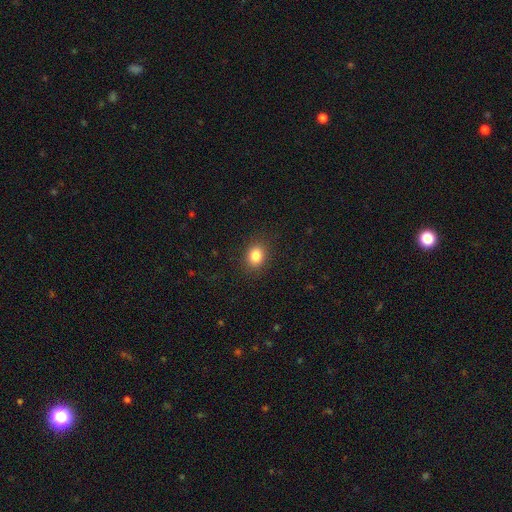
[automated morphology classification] Overall: smooth (85%). How rounded: round (50%; in between 49%). Merging: none (88%).